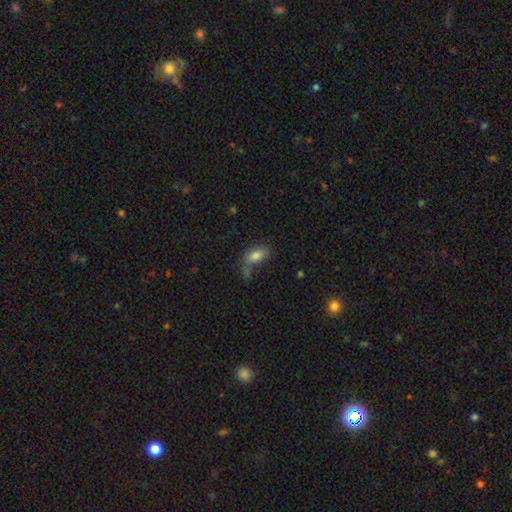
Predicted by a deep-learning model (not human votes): A smooth galaxy with no disk features (80%) that is in between round and cigar-shaped (89%).

Vote fractions:
- Smooth or featured? smooth: 80% / featured or disk: 11% / star or artifact: 9%
- How rounded? in between: 89% / round: 6% / cigar-shaped: 5%
- Merging? none: 50% / minor disturbance: 20% / merger: 18% / major disturbance: 12%